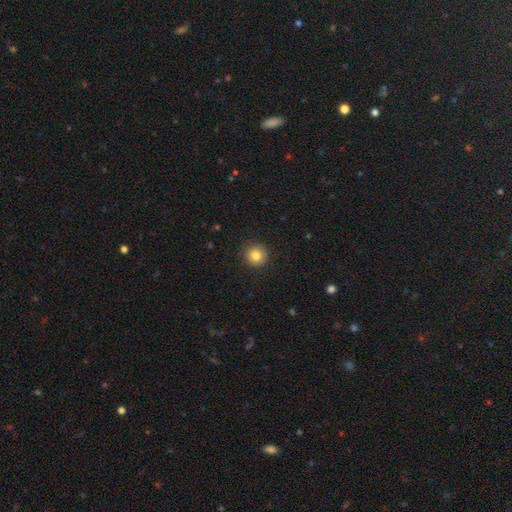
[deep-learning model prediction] Overall: smooth (83%). How rounded: round (95%). Merging: none (91%).